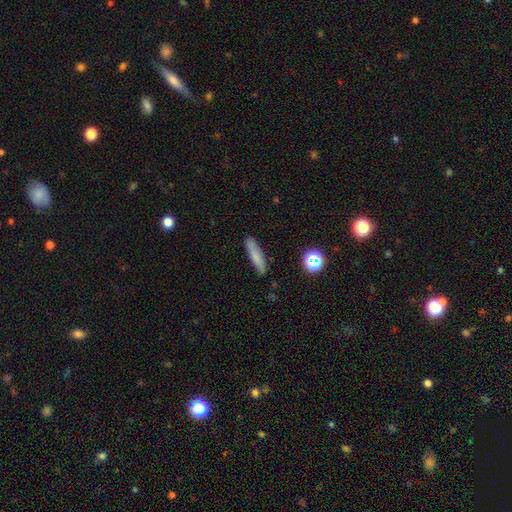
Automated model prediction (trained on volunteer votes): Q: Smooth or featured?
A: smooth (73%); runner-up: featured or disk (17%)
Q: How rounded?
A: cigar-shaped (82%); runner-up: in between (15%)
Q: Merging?
A: none (83%); runner-up: minor disturbance (12%)